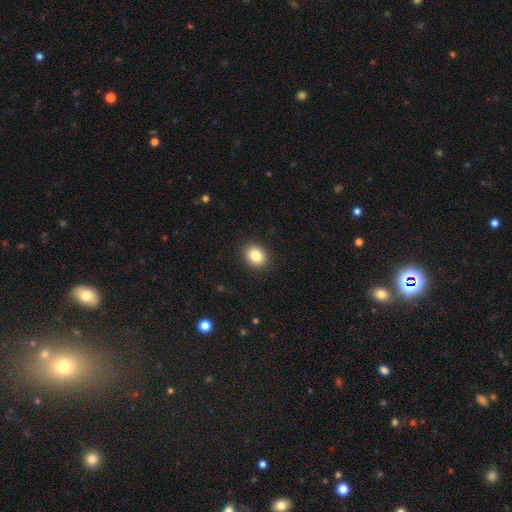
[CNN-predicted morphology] Smooth or featured? smooth (86%)
How rounded? in between (52%)
Merging? none (90%)